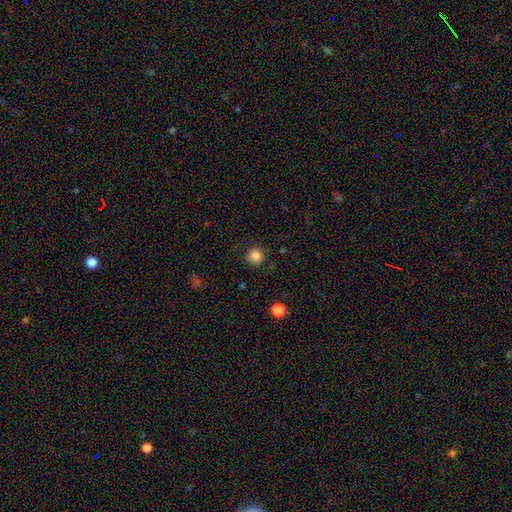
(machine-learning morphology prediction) type=smooth (85%); roundness=round (94%); merging=none (88%).